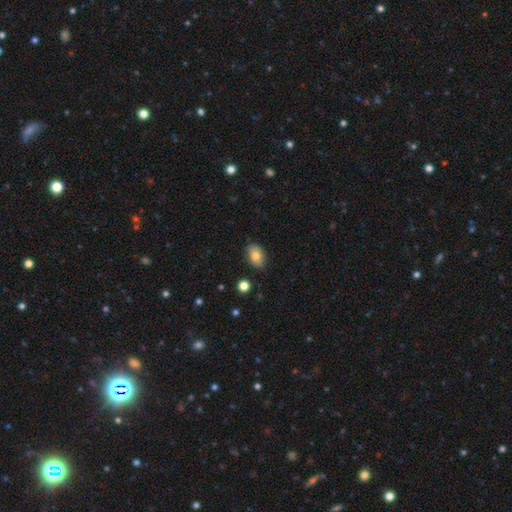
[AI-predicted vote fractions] Smooth or featured?
  - smooth: 80% *
  - featured or disk: 12%
  - star or artifact: 8%
How rounded?
  - in between: 86% *
  - round: 13%
  - cigar-shaped: 1%
Merging?
  - none: 84% *
  - minor disturbance: 12%
  - major disturbance: 2%
  - merger: 1%